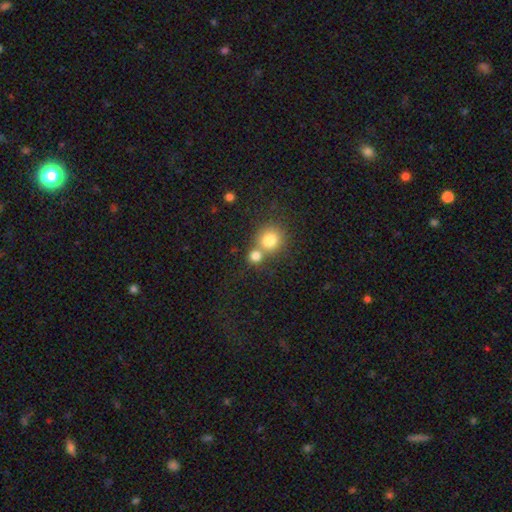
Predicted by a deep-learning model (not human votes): smooth 80%, star or artifact 12%, featured or disk 8%. Down the decision tree: how rounded — round (84%); merging — none (46%).